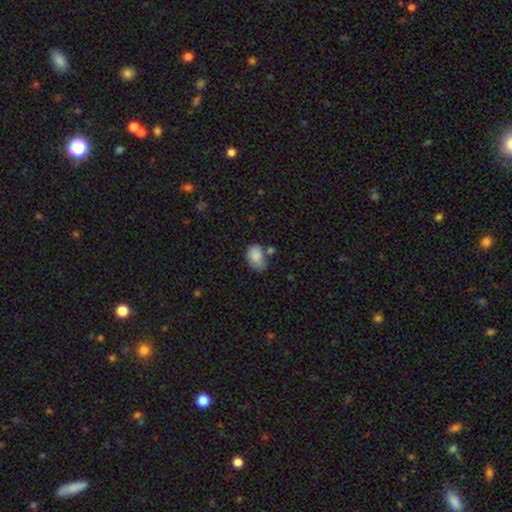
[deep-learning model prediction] Smooth or featured?
  - smooth: 81% *
  - featured or disk: 11%
  - star or artifact: 8%
How rounded?
  - in between: 80% *
  - round: 19%
  - cigar-shaped: 1%
Merging?
  - none: 41% *
  - minor disturbance: 31%
  - merger: 16%
  - major disturbance: 11%